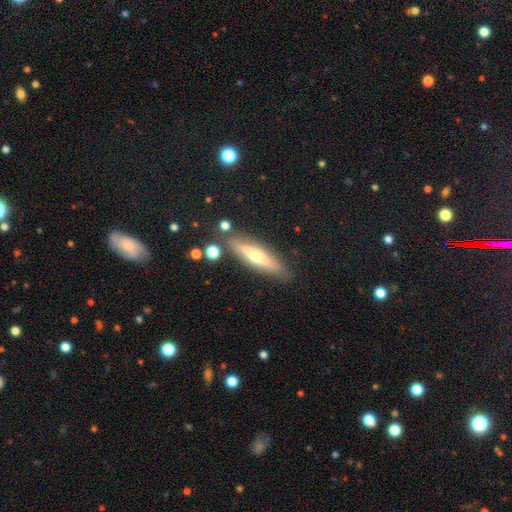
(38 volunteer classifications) featured or disk 53%, smooth 39%, star or artifact 8%. Down the decision tree: edge-on disk — yes (80%); edge-on bulge — rounded (100%); merging — none (77%).